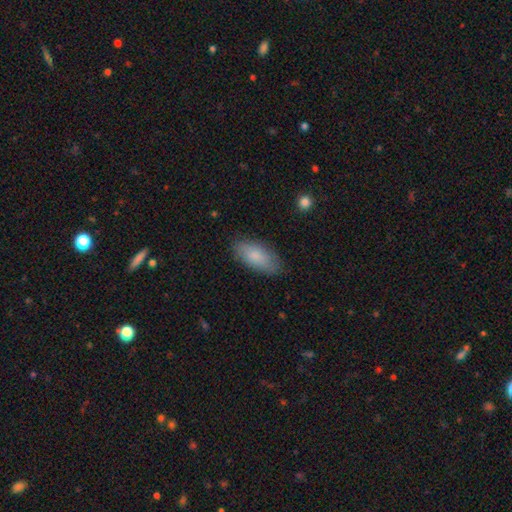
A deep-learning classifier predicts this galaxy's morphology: Overall: smooth (83%). How rounded: in between (88%). Merging: none (84%).